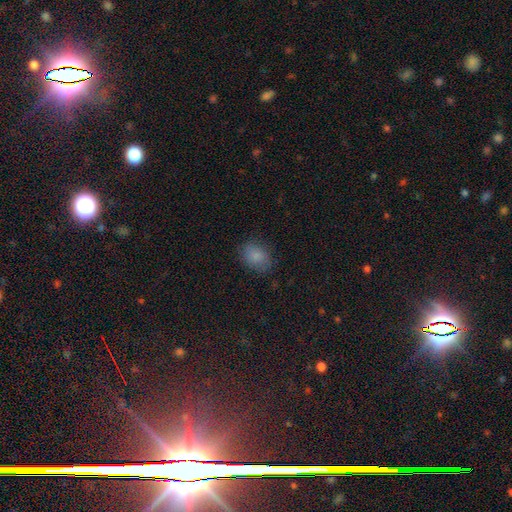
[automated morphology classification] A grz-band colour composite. It shows a smooth galaxy with no disk features (84%) that is in between round and cigar-shaped (70%). Merging: none (78%).